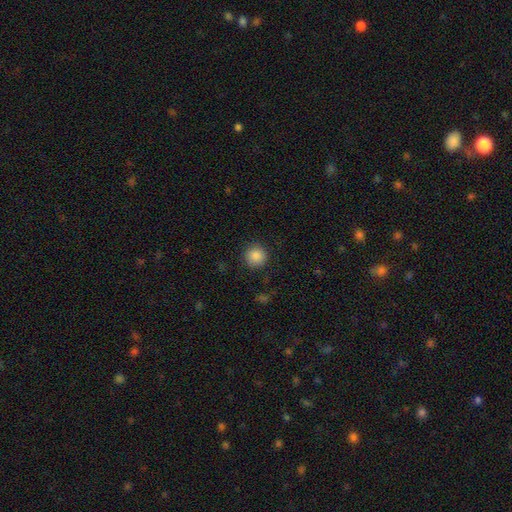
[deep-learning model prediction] smooth_or_featured: smooth (p=0.86) [alt: star or artifact p=0.10]
how_rounded: round (p=0.94) [alt: in between p=0.05]
merging: none (p=0.90) [alt: minor disturbance p=0.07]